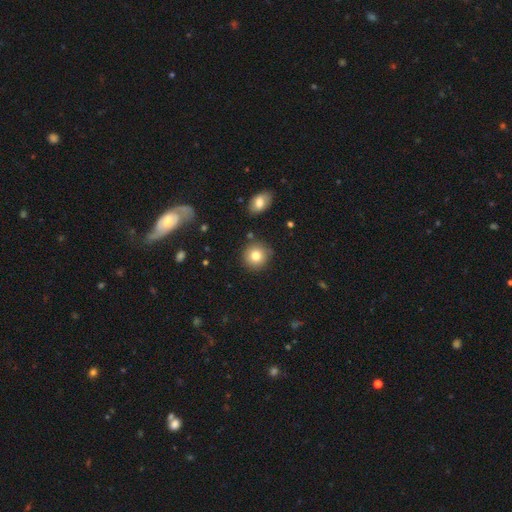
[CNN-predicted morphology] Smooth or featured: smooth — 81% (star or artifact — 10%)
How rounded: round — 91% (in between — 8%)
Merging: none — 84% (minor disturbance — 9%)